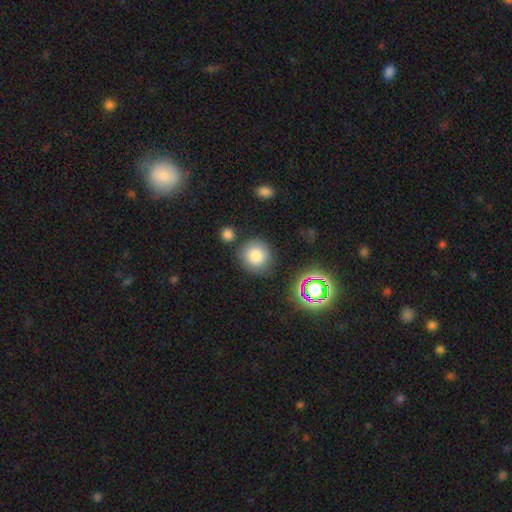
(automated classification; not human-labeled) The model was most divided on "smooth or featured": smooth: 81%, star or artifact: 12%, featured or disk: 7%. More confident: how rounded — round (91%); merging — none (81%).